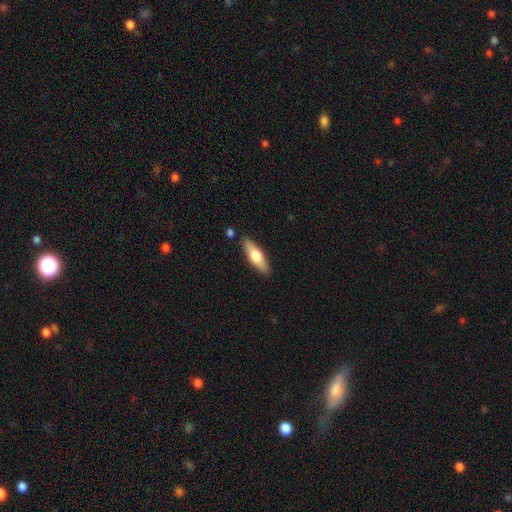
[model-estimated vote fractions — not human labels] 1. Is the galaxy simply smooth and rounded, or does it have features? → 60% smooth, 34% featured or disk, 5% star or artifact.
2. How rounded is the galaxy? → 50% cigar-shaped, 48% in between, 2% round.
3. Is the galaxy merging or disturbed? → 85% none, 10% minor disturbance, 3% merger, 2% major disturbance.